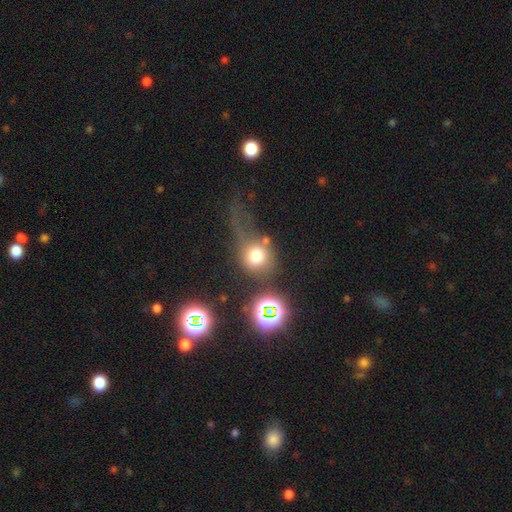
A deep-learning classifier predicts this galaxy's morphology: The model was most divided on "merging": none: 38%, major disturbance: 30%, minor disturbance: 18%, merger: 15%. More confident: how rounded — round (80%); smooth or featured — smooth (65%).